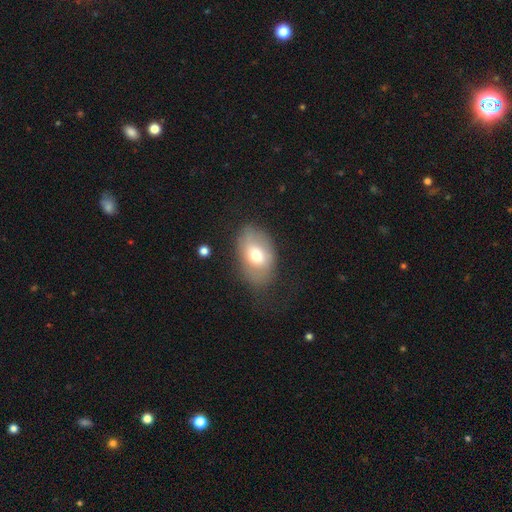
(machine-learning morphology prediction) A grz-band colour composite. It shows a smooth galaxy with no disk features (68%) that is in between round and cigar-shaped (87%). Merging: none (66%).